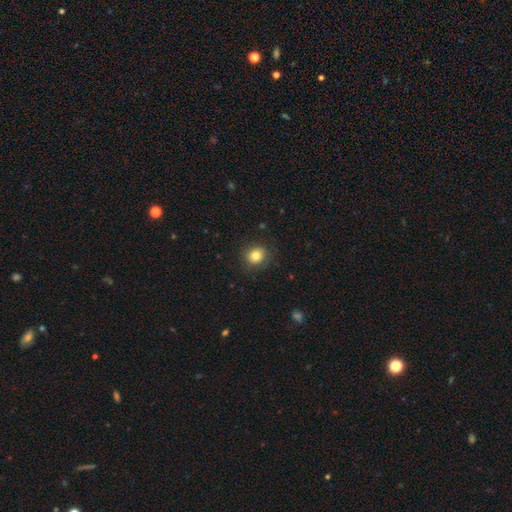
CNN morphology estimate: This appears to be a smooth galaxy with no disk features (81%) that is round (81%). Merging: none (86%).